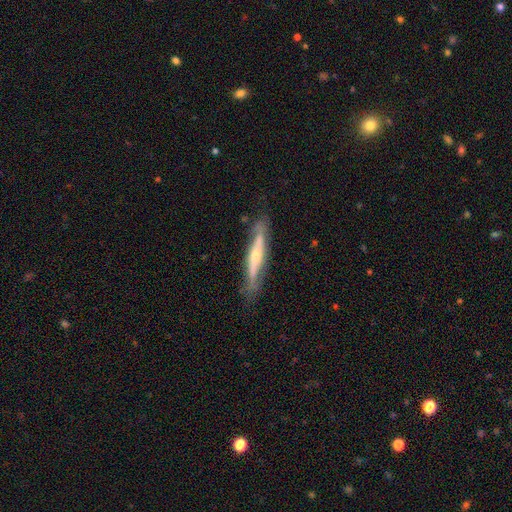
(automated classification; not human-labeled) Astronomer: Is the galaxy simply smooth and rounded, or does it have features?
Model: featured or disk — 65%.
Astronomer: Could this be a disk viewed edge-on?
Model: yes — 81%.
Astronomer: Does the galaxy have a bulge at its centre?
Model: rounded — 77%.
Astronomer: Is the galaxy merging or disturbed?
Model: none — 74%.